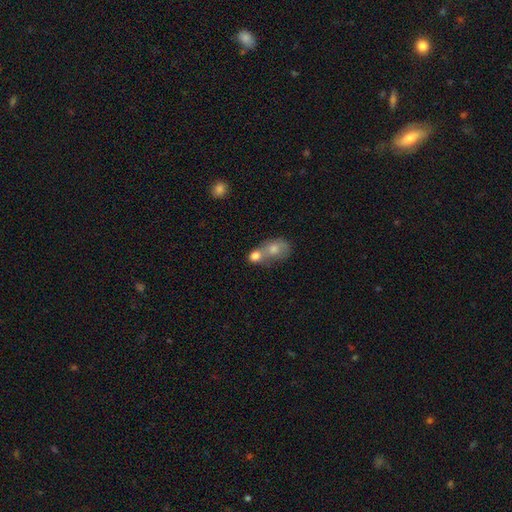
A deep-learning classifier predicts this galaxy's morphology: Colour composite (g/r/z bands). It shows a smooth galaxy with no disk features (75%) that is in between round and cigar-shaped (50%). Merging: merger (67%).